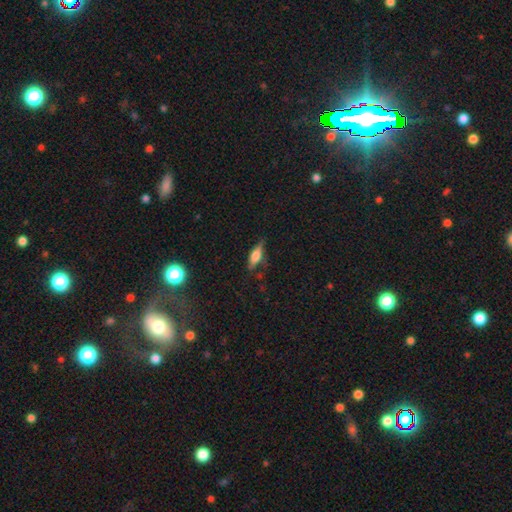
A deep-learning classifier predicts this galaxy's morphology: Overall: smooth (53%; featured or disk 38%). How rounded: in between (53%; cigar-shaped 43%). Merging: none (70%).